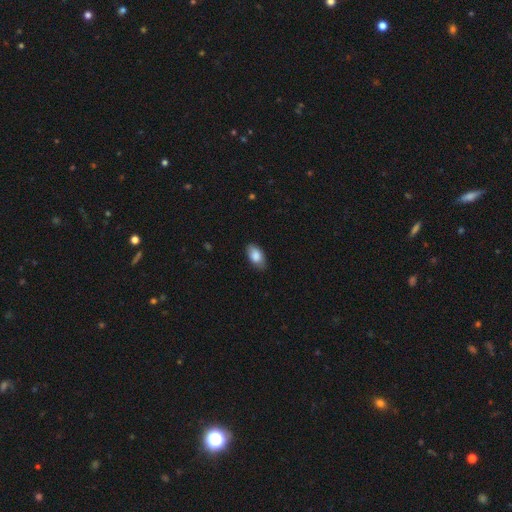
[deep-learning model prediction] Smooth or featured?
  - smooth: 85% *
  - featured or disk: 8%
  - star or artifact: 7%
How rounded?
  - in between: 93% *
  - round: 5%
  - cigar-shaped: 3%
Merging?
  - none: 81% *
  - minor disturbance: 15%
  - major disturbance: 3%
  - merger: 1%